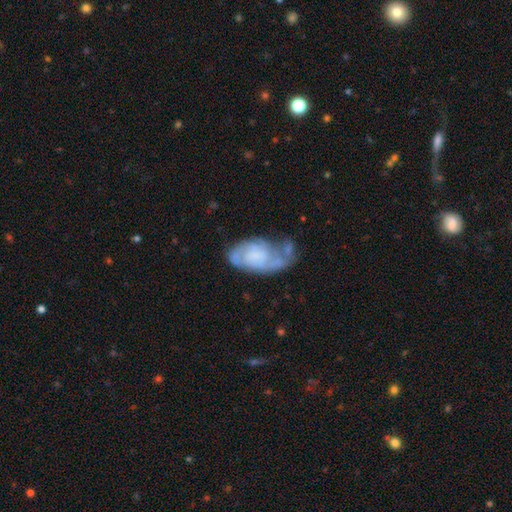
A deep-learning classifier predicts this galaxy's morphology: Overall: featured or disk (68%). Edge-on disk: no (96%). Bar: no (67%; weak 27%). Spiral arms: yes (86%). Spiral arm count: 2 (56%; can't tell 22%). Spiral winding: tight (41%; medium 40%). Bulge size: none (45%; small 30%). Merging: none (41%; minor disturbance 29%).